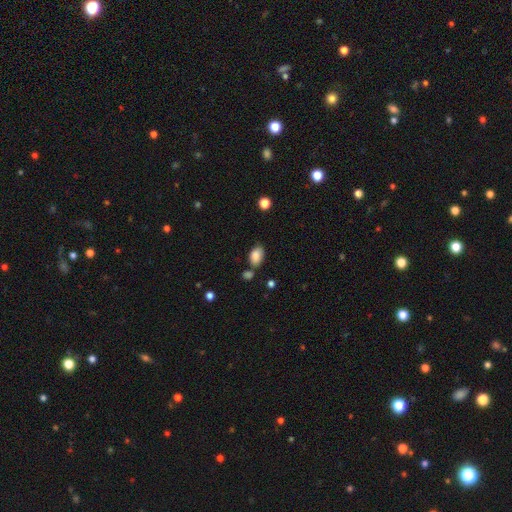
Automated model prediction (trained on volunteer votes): A smooth galaxy with no disk features (86%) that is in between round and cigar-shaped (90%). Merging: none (67%).